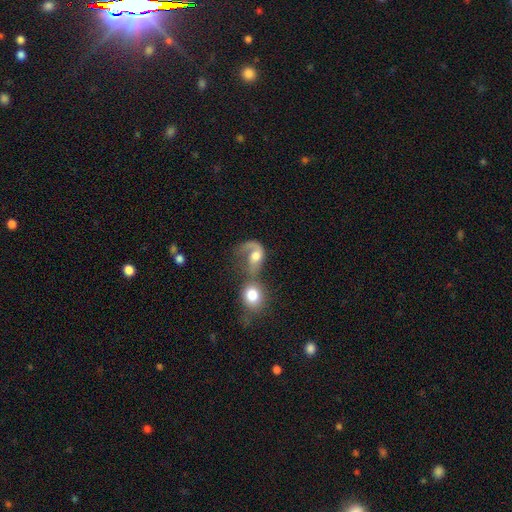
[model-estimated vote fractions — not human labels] Smooth or featured? featured or disk (53%)
Edge-on disk? no (96%)
Bar? no (71%)
Spiral arms? yes (74%)
Bulge size? moderate (56%)
Merging? merger (60%)